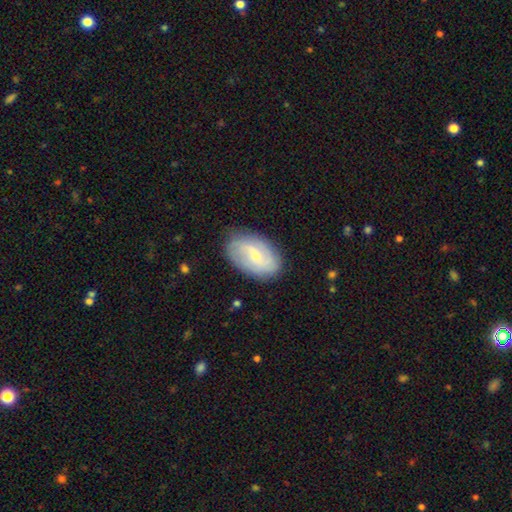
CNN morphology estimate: The model was most divided on "bar": weak: 49%, no: 35%, strong: 15%. More confident: edge-on disk — no (94%); merging — none (82%); spiral arms — yes (78%); bulge size — small (63%); smooth or featured — featured or disk (61%).